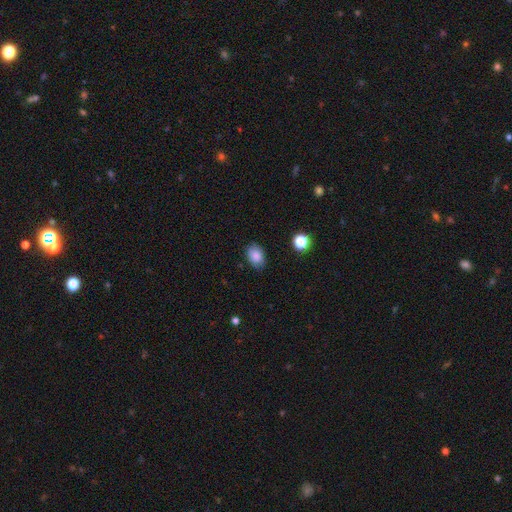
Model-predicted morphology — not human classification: This appears to be a smooth galaxy with no disk features (85%) that is in between round and cigar-shaped (76%). Merging: none (80%).